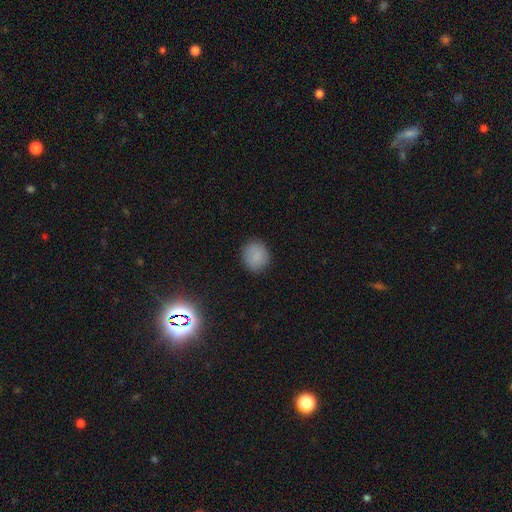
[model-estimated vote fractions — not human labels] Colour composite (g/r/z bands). It shows a smooth galaxy with no disk features (86%) that is round (82%). Merging: none (88%).